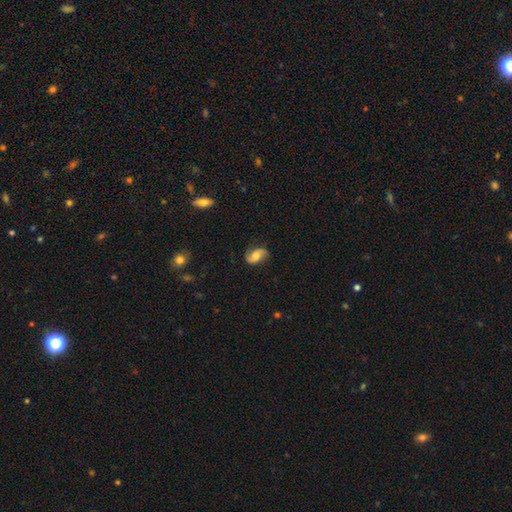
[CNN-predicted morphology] This is likely a featured or disk galaxy (61%). It is clearly not viewed edge-on (96%). Bar: likely no (60%). Spiral arm pattern: clearly yes (91%). Spiral arm count: clearly 2 (89%). Spiral winding: possibly loose (50%). Central bulge: likely moderate (61%). Merging: likely none (75%).